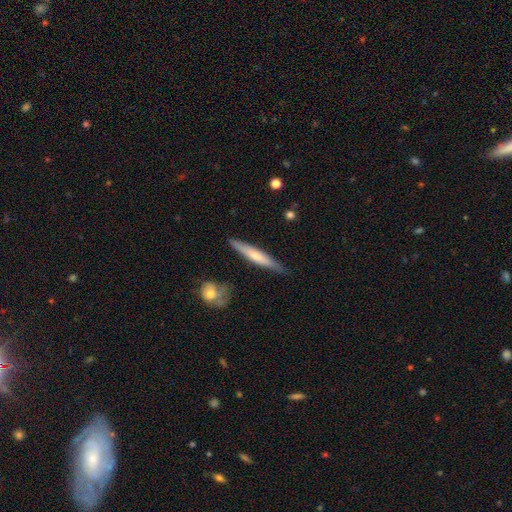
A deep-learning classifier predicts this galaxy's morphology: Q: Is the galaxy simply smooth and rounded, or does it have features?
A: smooth — 53%.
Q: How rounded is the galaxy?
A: cigar-shaped — 91%.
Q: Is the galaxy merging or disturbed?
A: none — 82%.